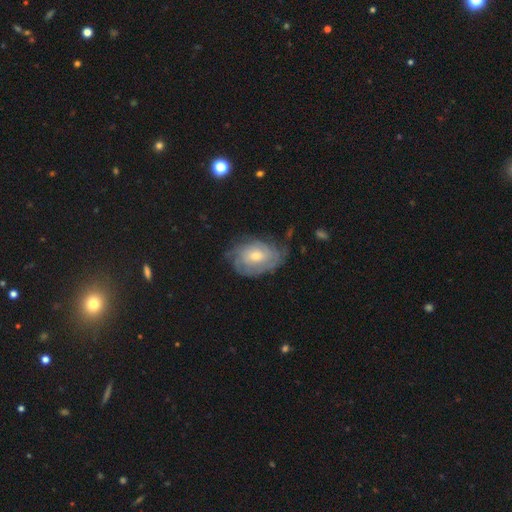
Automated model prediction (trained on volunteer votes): Smooth or featured? Predicted: featured or disk (p=0.69). Edge-on disk? Predicted: no (p=0.96). Bar? Predicted: no (p=0.69). Spiral arms? Predicted: yes (p=0.86). Spiral winding? Predicted: tight (p=0.65). Spiral arm count? Predicted: can't tell (p=0.55). Bulge size? Predicted: moderate (p=0.59). Merging? Predicted: none (p=0.63).